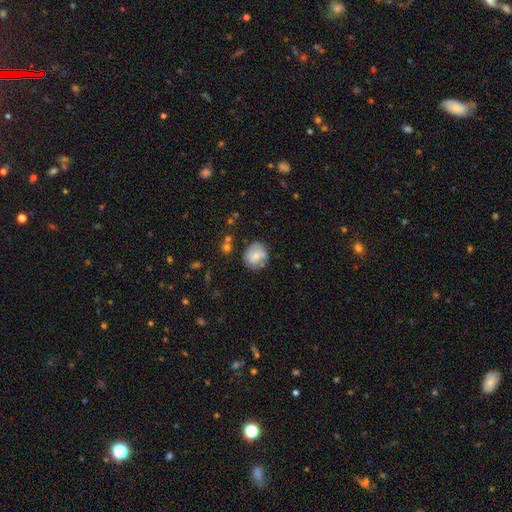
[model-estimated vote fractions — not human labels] The model was most divided on "smooth or featured": smooth: 60%, featured or disk: 32%, star or artifact: 8%. More confident: how rounded — round (71%); merging — none (62%).